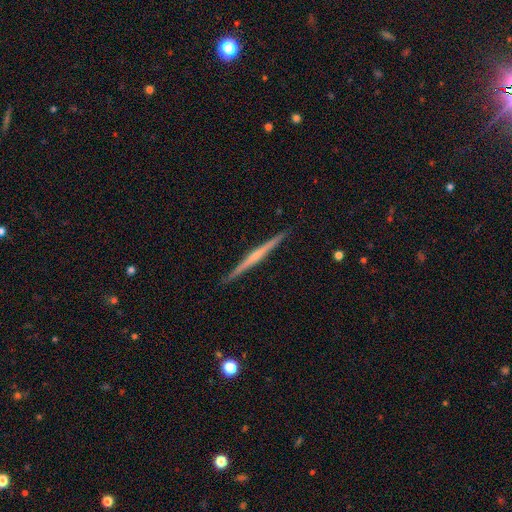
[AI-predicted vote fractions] Smooth or featured? featured or disk (72%)
Edge-on disk? yes (98%)
Edge-on bulge? rounded (50%)
Merging? none (92%)